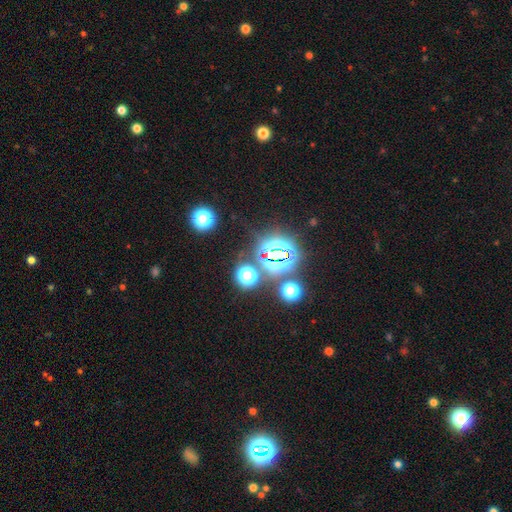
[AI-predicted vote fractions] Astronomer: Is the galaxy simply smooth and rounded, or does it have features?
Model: star or artifact — 78%.